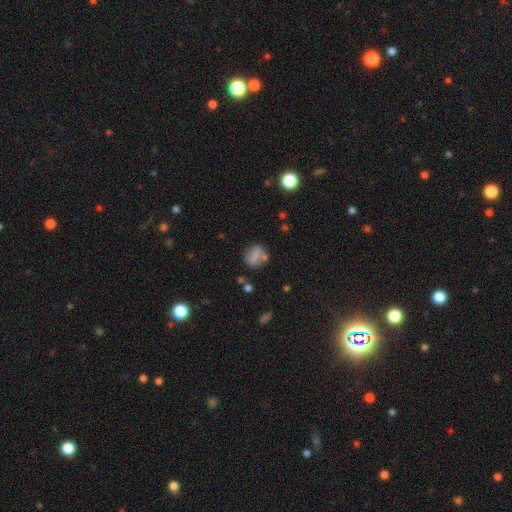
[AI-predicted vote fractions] smooth 71%, featured or disk 18%, star or artifact 11%. Down the decision tree: how rounded — in between (53%); merging — none (63%).